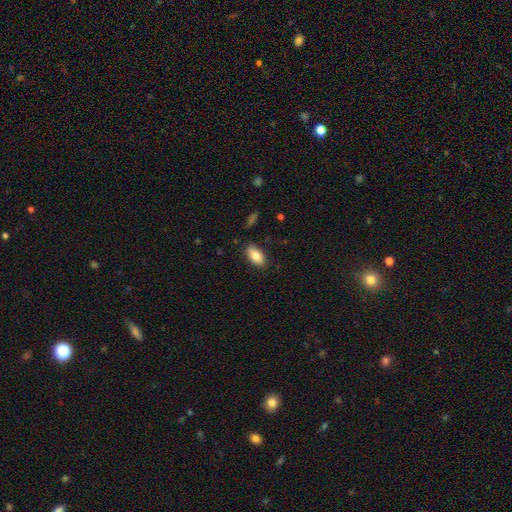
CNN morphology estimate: smooth 83%, featured or disk 10%, star or artifact 7%. Down the decision tree: how rounded — in between (91%); merging — none (86%).